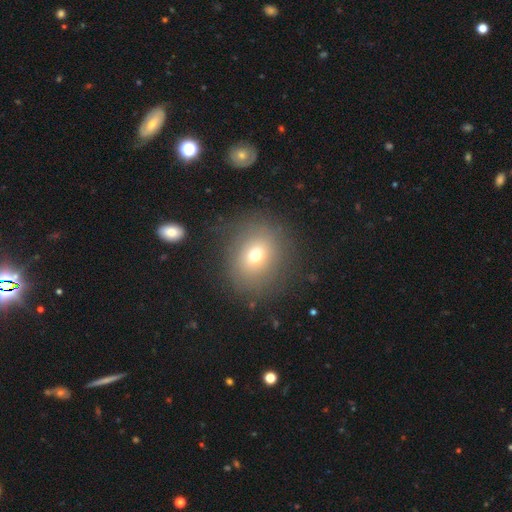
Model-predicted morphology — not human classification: smooth-or-featured: smooth: 67% | featured or disk: 18% | star or artifact: 14%
  how-rounded: round: 69% | in between: 30% | cigar-shaped: 1%
  merging: none: 78% | minor disturbance: 13% | major disturbance: 7% | merger: 2%